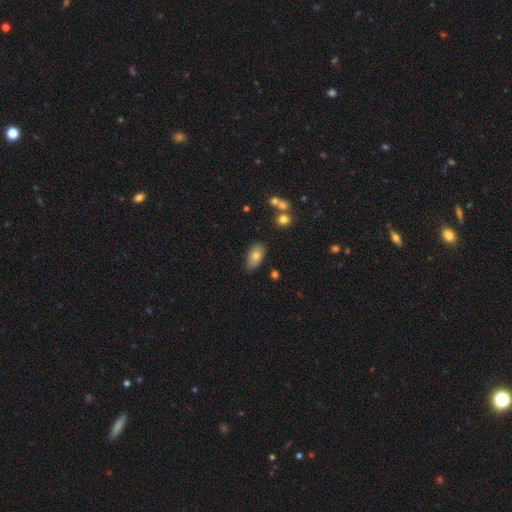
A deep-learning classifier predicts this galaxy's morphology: smooth 74%, featured or disk 17%, star or artifact 9%. Down the decision tree: how rounded — in between (91%); merging — none (70%).